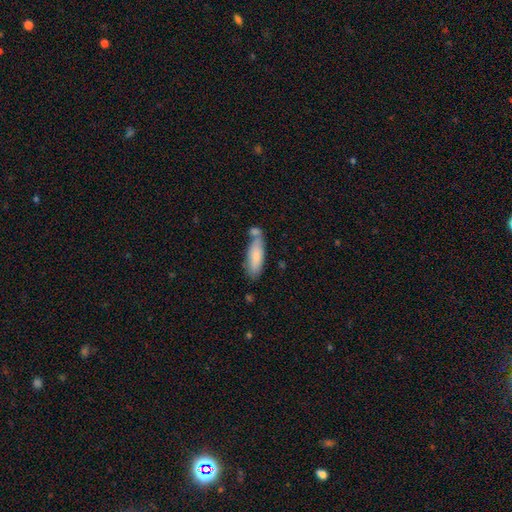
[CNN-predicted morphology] Q: Smooth or featured?
A: smooth (80%); runner-up: featured or disk (14%)
Q: How rounded?
A: in between (55%); runner-up: cigar-shaped (44%)
Q: Merging?
A: none (53%); runner-up: merger (24%)